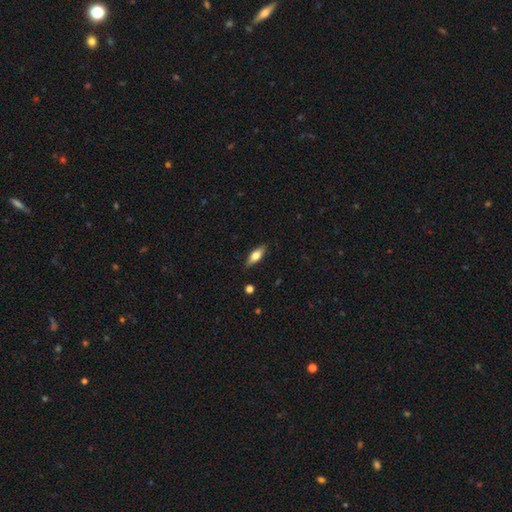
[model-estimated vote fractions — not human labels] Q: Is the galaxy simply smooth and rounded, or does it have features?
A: smooth — 58%.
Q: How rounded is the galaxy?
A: in between — 62%.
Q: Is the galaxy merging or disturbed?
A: none — 87%.